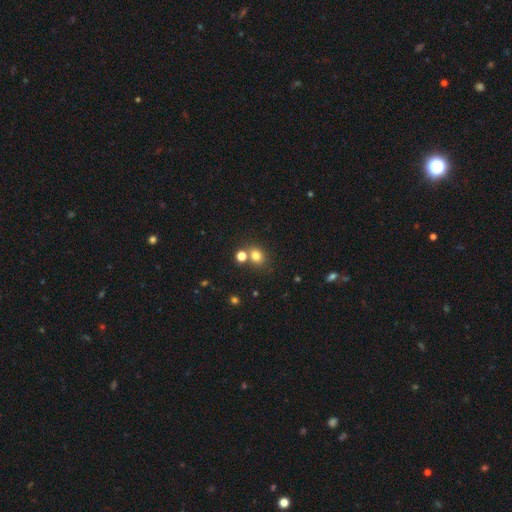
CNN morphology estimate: Smooth or featured? smooth (76%)
How rounded? round (66%)
Merging? none (63%)